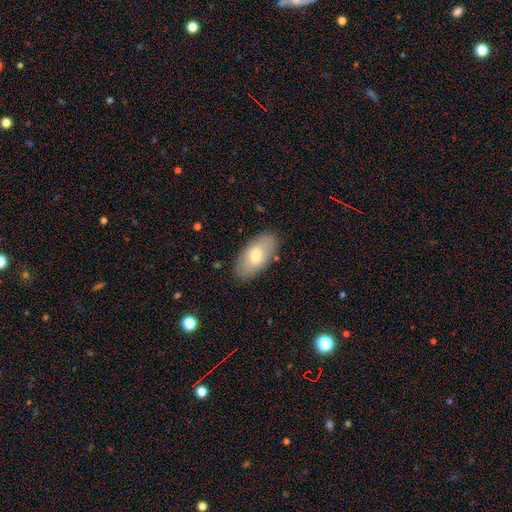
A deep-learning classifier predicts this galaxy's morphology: A smooth galaxy with no disk features (69%) that is in between round and cigar-shaped (93%). Merging: none (85%).